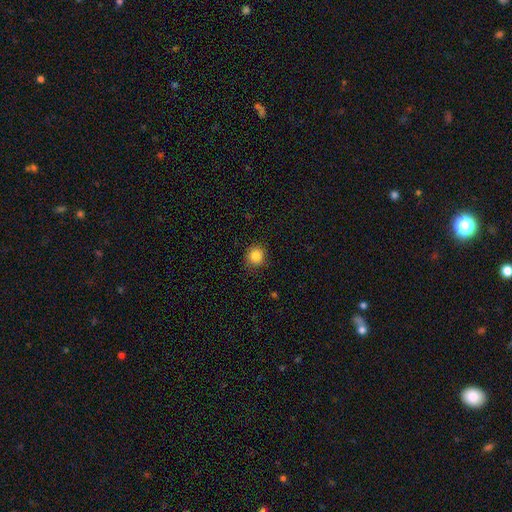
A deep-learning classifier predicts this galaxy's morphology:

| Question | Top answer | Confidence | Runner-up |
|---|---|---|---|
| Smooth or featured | smooth | 86% | star or artifact (10%) |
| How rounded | round | 88% | in between (11%) |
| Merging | none | 87% | minor disturbance (9%) |